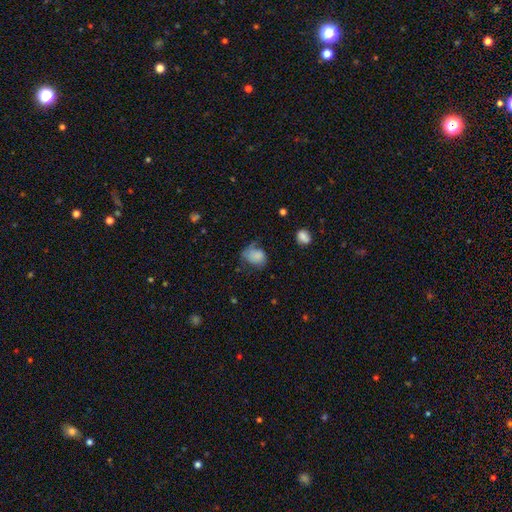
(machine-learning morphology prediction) This is likely a smooth galaxy (76%). How rounded: likely in between (61%). Merging: marginally minor disturbance (36%, tied with none).